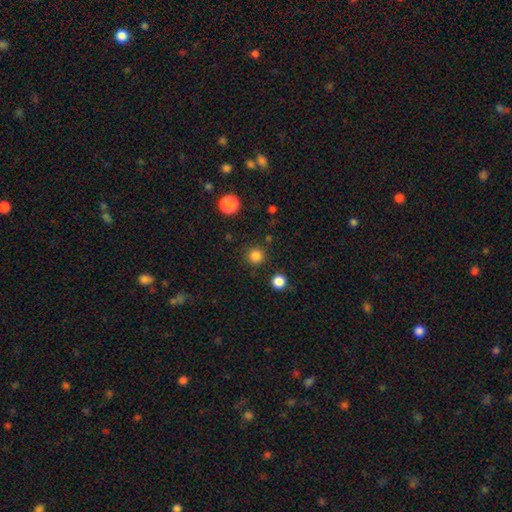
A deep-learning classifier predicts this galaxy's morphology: Smooth or featured? Predicted: smooth (p=0.83). How rounded? Predicted: round (p=0.95). Merging? Predicted: none (p=0.88).